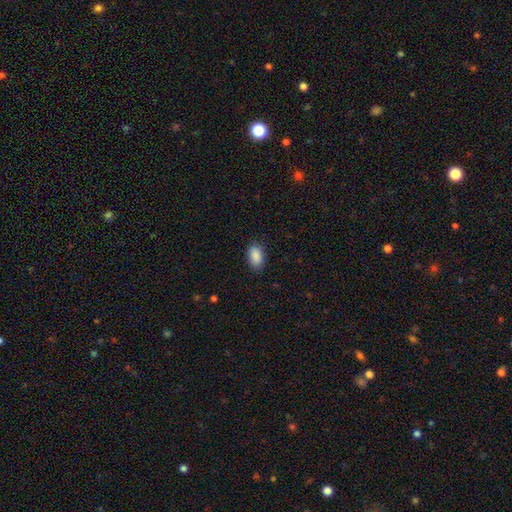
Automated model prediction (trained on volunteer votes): Morphology: type=smooth (90%); roundness=in between (93%); merging=none (87%).